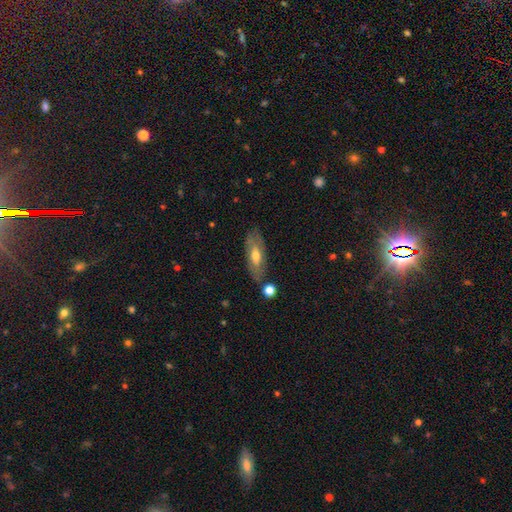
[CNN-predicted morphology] smooth_or_featured: smooth (p=0.47) [alt: featured or disk p=0.46]
merging: none (p=0.75) [alt: minor disturbance p=0.16]